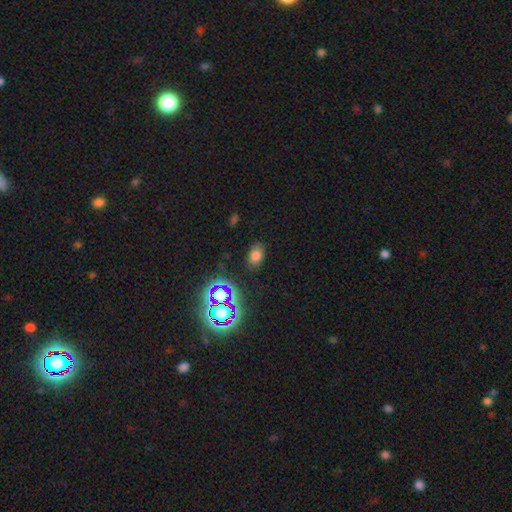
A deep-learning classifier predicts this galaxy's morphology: smooth-or-featured: smooth: 71% | star or artifact: 22% | featured or disk: 8%
  how-rounded: in between: 82% | round: 16% | cigar-shaped: 2%
  merging: none: 83% | minor disturbance: 11% | major disturbance: 4% | merger: 2%